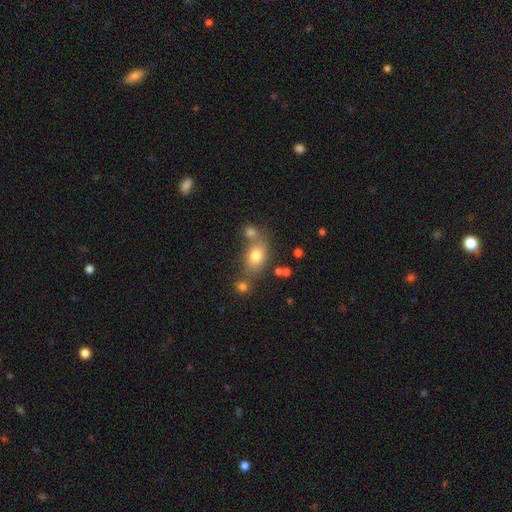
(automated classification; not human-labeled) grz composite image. It shows a smooth galaxy with no disk features (75%) that is in between round and cigar-shaped (73%). Merging: none (54%).